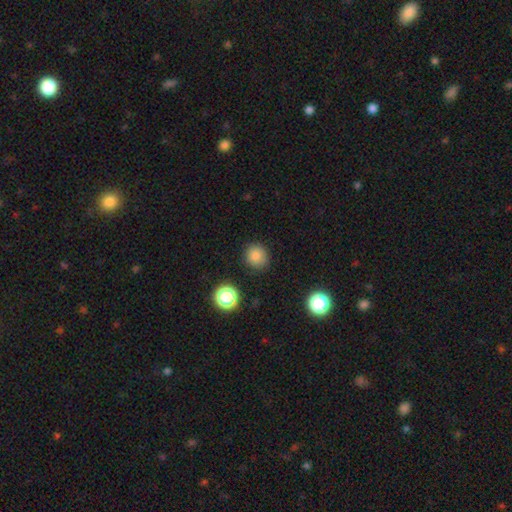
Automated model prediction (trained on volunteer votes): smooth-or-featured: smooth: 81% | star or artifact: 14% | featured or disk: 5%
  how-rounded: round: 89% | in between: 10% | cigar-shaped: 1%
  merging: none: 88% | minor disturbance: 8% | major disturbance: 3% | merger: 2%